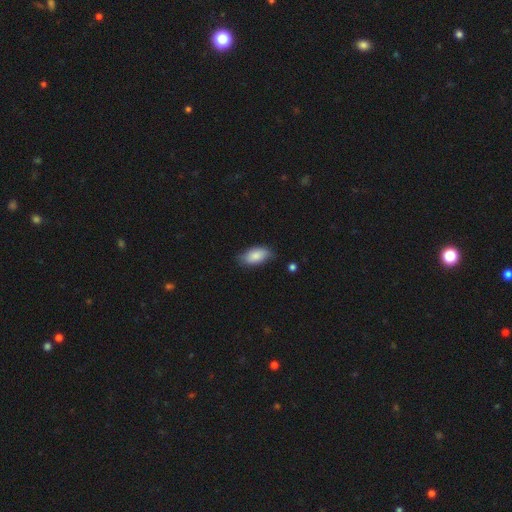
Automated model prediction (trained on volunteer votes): The model was most divided on "merging": none: 76%, minor disturbance: 19%, major disturbance: 3%, merger: 1%. More confident: how rounded — in between (93%); smooth or featured — smooth (85%).